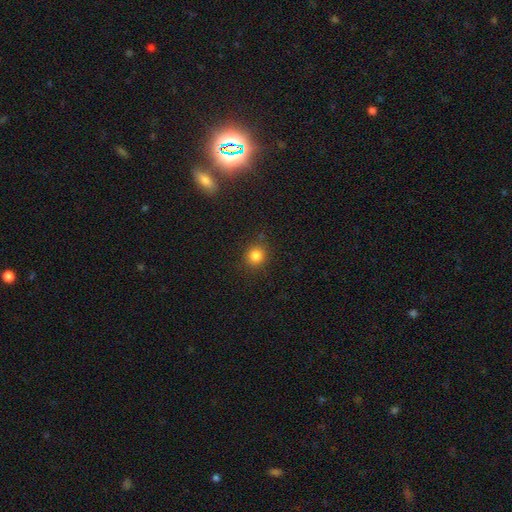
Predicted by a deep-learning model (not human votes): This is clearly a smooth galaxy (83%). How rounded: clearly round (86%). Merging: clearly none (86%).